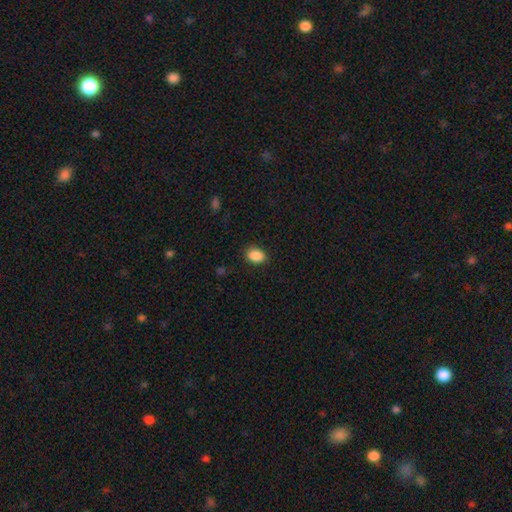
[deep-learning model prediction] Smooth or featured? Predicted: smooth (p=0.89). How rounded? Predicted: in between (p=0.80). Merging? Predicted: none (p=0.87).